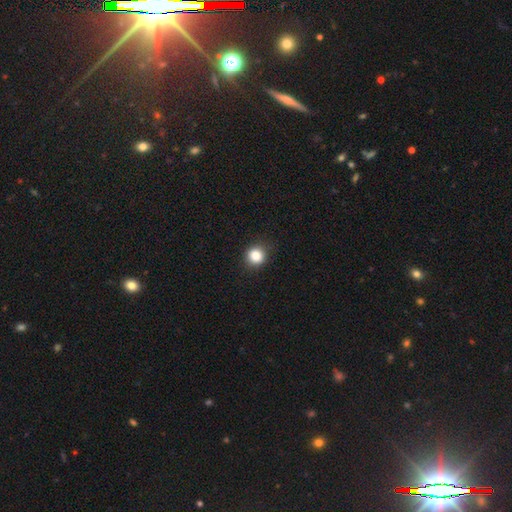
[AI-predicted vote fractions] smooth_or_featured: smooth (p=0.85) [alt: star or artifact p=0.11]
how_rounded: round (p=0.86) [alt: in between p=0.13]
merging: none (p=0.86) [alt: minor disturbance p=0.10]